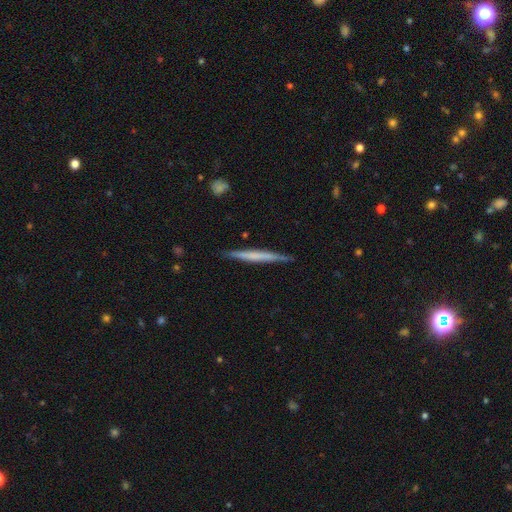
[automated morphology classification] Smooth or featured? featured or disk (49%)
Merging? none (88%)